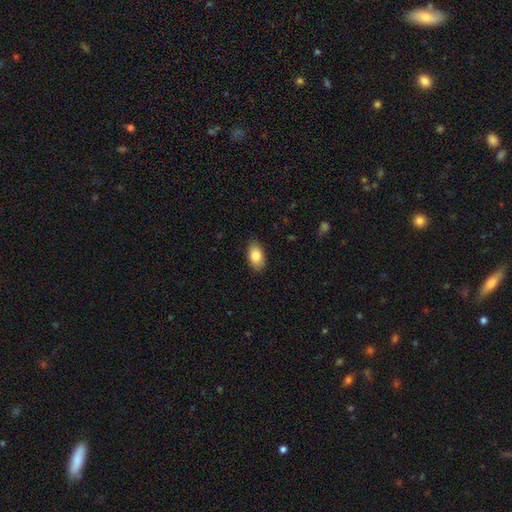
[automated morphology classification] Smooth or featured?
  - smooth: 83% *
  - featured or disk: 10%
  - star or artifact: 7%
How rounded?
  - in between: 92% *
  - round: 6%
  - cigar-shaped: 2%
Merging?
  - none: 87% *
  - minor disturbance: 10%
  - major disturbance: 2%
  - merger: 1%